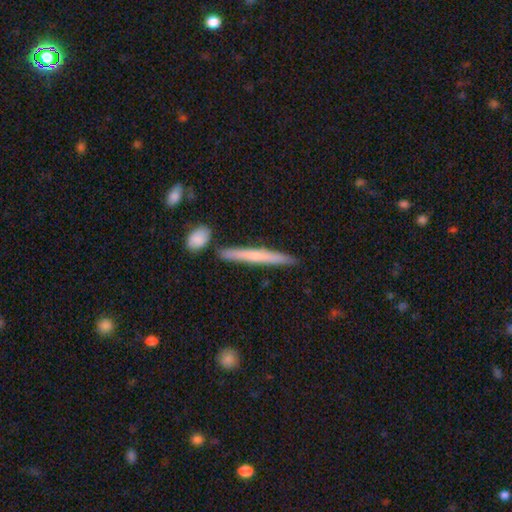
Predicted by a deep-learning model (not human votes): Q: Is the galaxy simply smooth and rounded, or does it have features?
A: smooth — 55%.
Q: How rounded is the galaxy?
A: cigar-shaped — 96%.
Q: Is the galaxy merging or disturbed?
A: none — 85%.